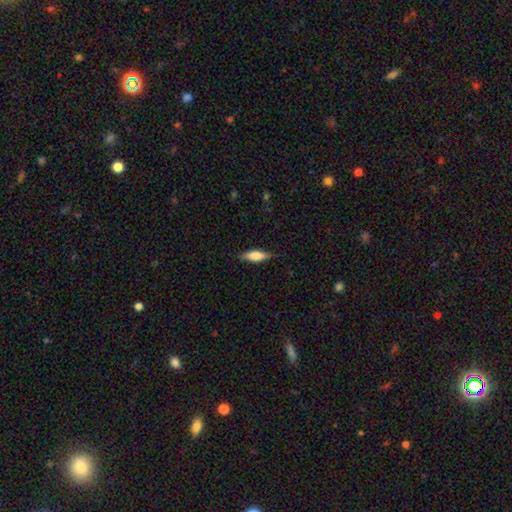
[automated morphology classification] Q: Smooth or featured?
A: smooth (58%); runner-up: featured or disk (36%)
Q: How rounded?
A: in between (52%); runner-up: cigar-shaped (46%)
Q: Merging?
A: none (84%); runner-up: minor disturbance (12%)